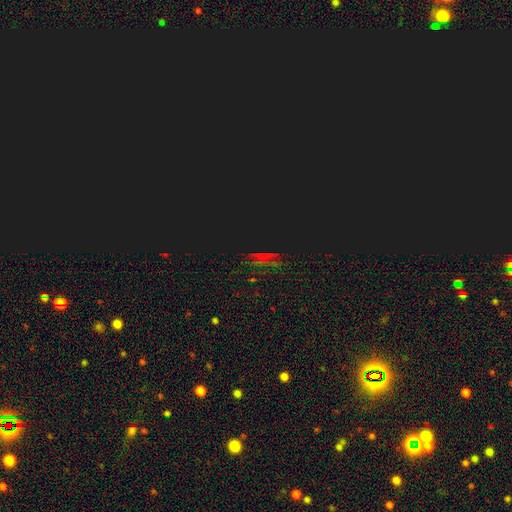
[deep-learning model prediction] Q: Smooth or featured?
A: star or artifact (77%); runner-up: smooth (14%)